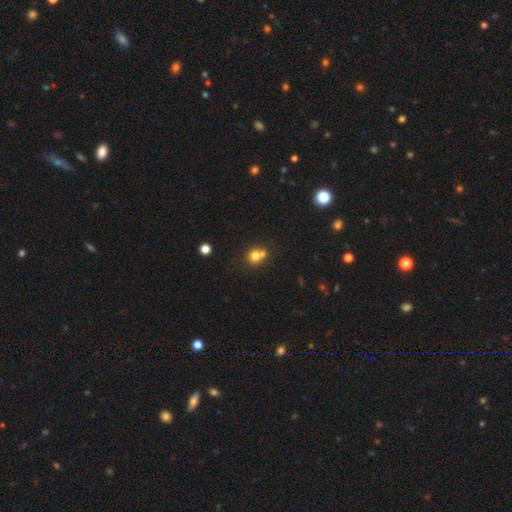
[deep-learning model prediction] This is likely a smooth galaxy (75%). How rounded: likely round (80%). Merging: possibly merger (46%).